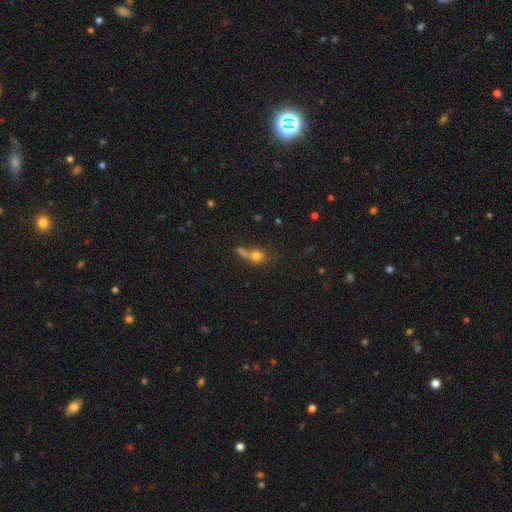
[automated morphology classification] type=smooth (64%); roundness=round (59%); merging=none (42%).